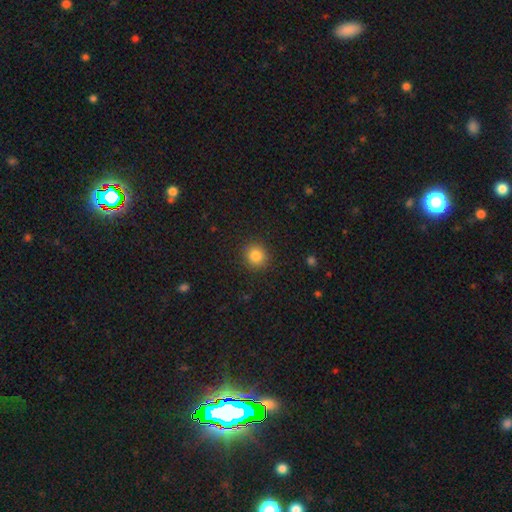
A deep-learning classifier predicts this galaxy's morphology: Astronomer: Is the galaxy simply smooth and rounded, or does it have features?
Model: smooth — 84%.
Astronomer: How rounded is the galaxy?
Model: round — 89%.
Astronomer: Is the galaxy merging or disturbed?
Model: none — 91%.